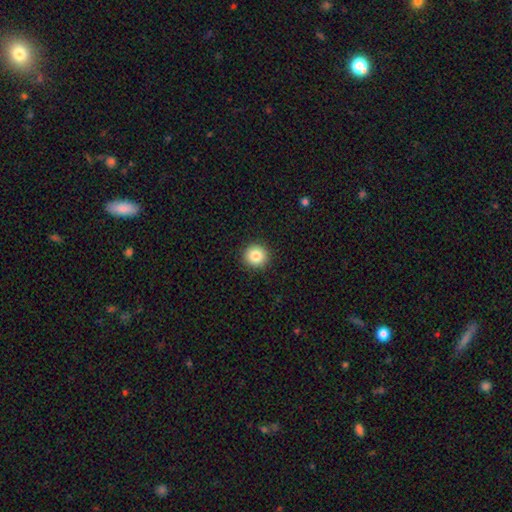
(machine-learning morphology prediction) The model was most divided on "smooth or featured": smooth: 85%, star or artifact: 9%, featured or disk: 5%. More confident: how rounded — round (94%); merging — none (92%).